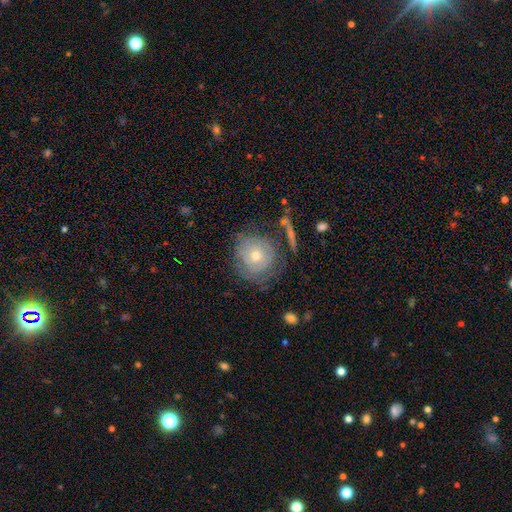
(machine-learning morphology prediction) Overall: featured or disk (47%; smooth 45%). Merging: none (64%).